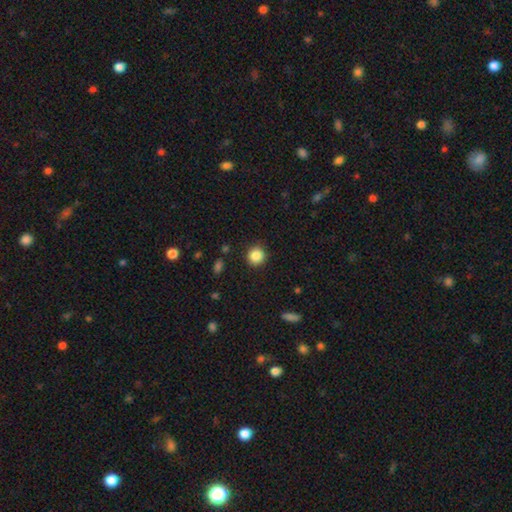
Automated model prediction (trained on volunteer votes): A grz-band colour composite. It shows a smooth galaxy with no disk features (86%) that is round (93%). Merging: none (90%).